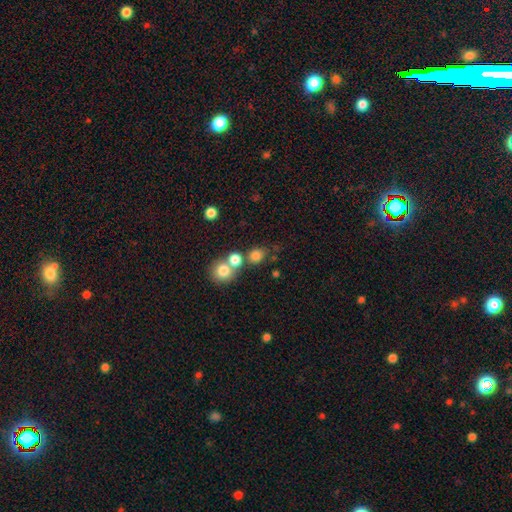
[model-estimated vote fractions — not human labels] Smooth or featured? Predicted: smooth (p=0.79). How rounded? Predicted: round (p=0.78). Merging? Predicted: none (p=0.57).